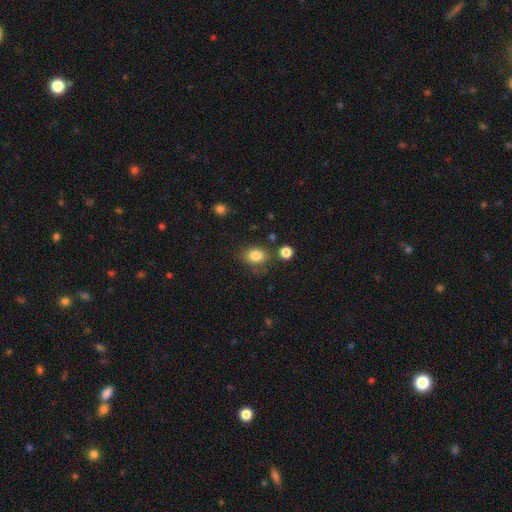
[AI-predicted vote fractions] smooth 83%, star or artifact 10%, featured or disk 7%. Down the decision tree: how rounded — in between (63%); merging — none (72%).